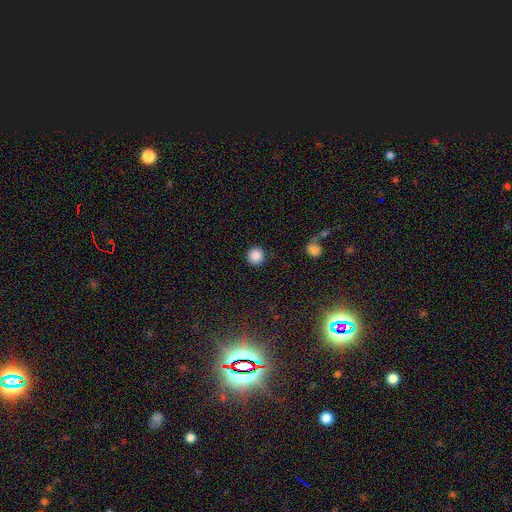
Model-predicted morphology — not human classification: Q: Smooth or featured?
A: smooth (87%); runner-up: star or artifact (10%)
Q: How rounded?
A: round (96%); runner-up: in between (3%)
Q: Merging?
A: none (92%); runner-up: minor disturbance (5%)